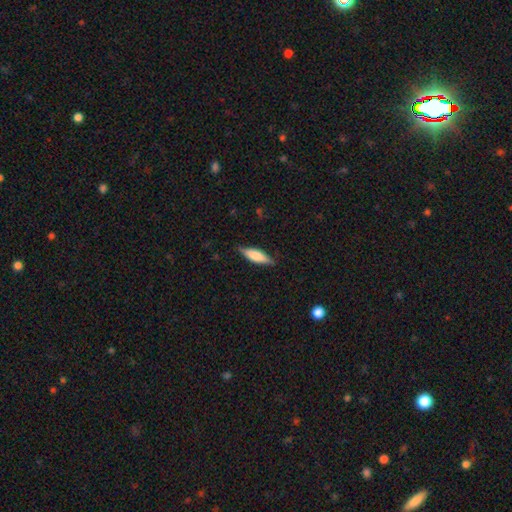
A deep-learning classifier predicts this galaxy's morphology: A smooth galaxy with no disk features (68%) that is cigar-shaped (50%).

Vote fractions:
- Smooth or featured? smooth: 68% / featured or disk: 26% / star or artifact: 6%
- How rounded? cigar-shaped: 50% / in between: 48% / round: 2%
- Merging? none: 83% / minor disturbance: 14% / major disturbance: 3% / merger: 1%